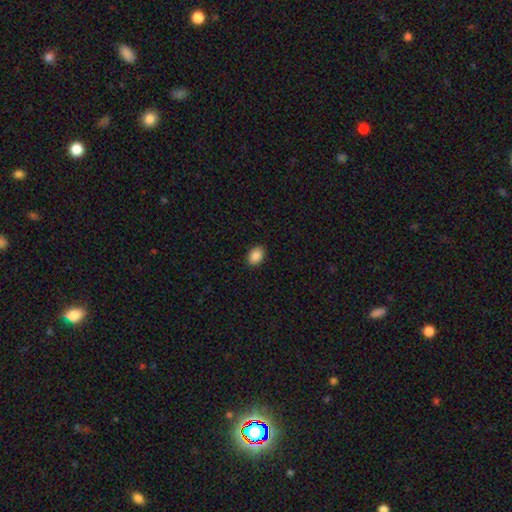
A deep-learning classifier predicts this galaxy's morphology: This is clearly a smooth galaxy (89%). How rounded: likely in between (76%). Merging: clearly none (90%).